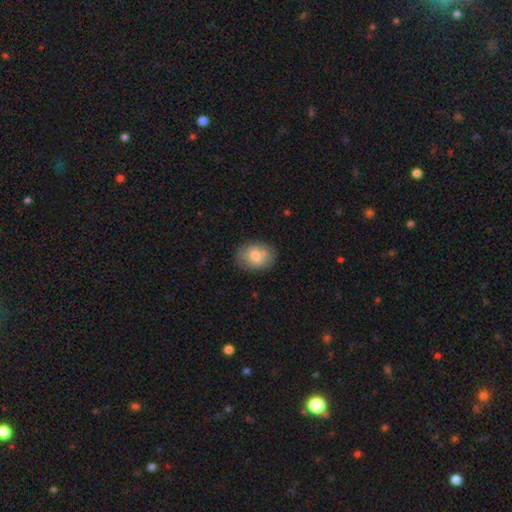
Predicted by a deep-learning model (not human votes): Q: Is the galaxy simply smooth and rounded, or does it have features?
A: smooth — 71%.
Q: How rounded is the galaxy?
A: in between — 66%.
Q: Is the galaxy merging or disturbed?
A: none — 75%.